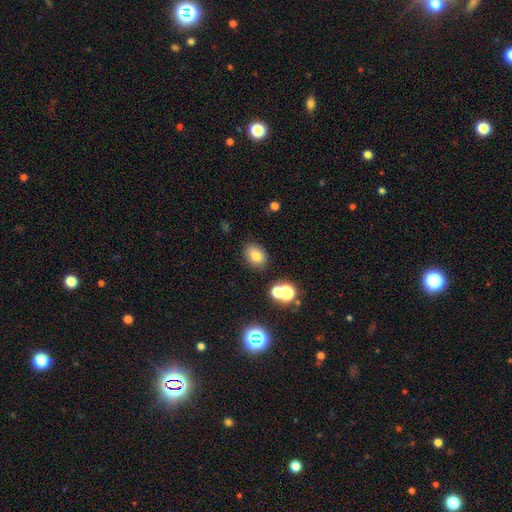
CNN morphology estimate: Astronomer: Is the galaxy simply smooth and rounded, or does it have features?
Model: smooth — 79%.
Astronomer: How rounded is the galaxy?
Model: in between — 67%.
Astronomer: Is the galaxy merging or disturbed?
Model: none — 83%.